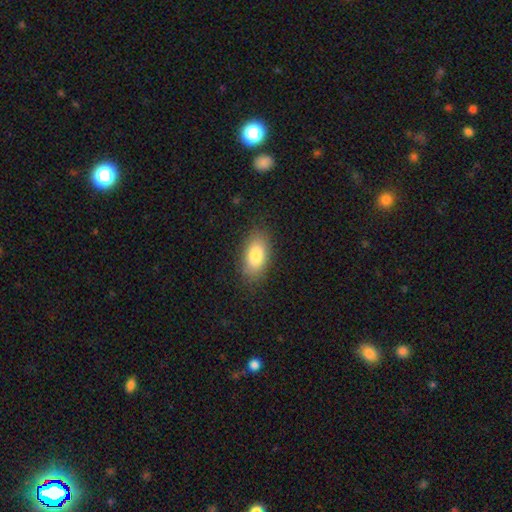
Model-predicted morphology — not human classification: Smooth or featured?
  - smooth: 83% *
  - featured or disk: 9%
  - star or artifact: 7%
How rounded?
  - in between: 92% *
  - round: 4%
  - cigar-shaped: 4%
Merging?
  - none: 83% *
  - minor disturbance: 12%
  - major disturbance: 4%
  - merger: 1%